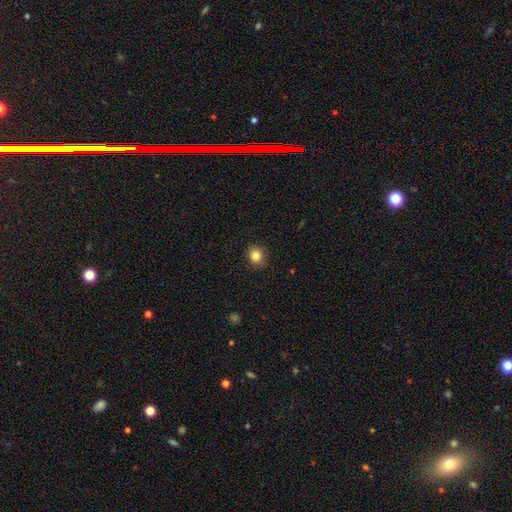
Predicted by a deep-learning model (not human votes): Q: Smooth or featured?
A: smooth (84%); runner-up: star or artifact (11%)
Q: How rounded?
A: round (77%); runner-up: in between (22%)
Q: Merging?
A: none (88%); runner-up: minor disturbance (9%)